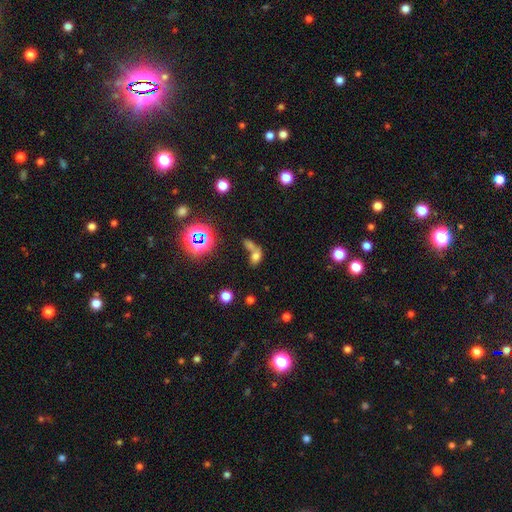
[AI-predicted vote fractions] smooth-or-featured: smooth: 62% | star or artifact: 23% | featured or disk: 15%
  how-rounded: in between: 73% | round: 23% | cigar-shaped: 4%
  merging: merger: 61% | none: 24% | minor disturbance: 7% | major disturbance: 7%